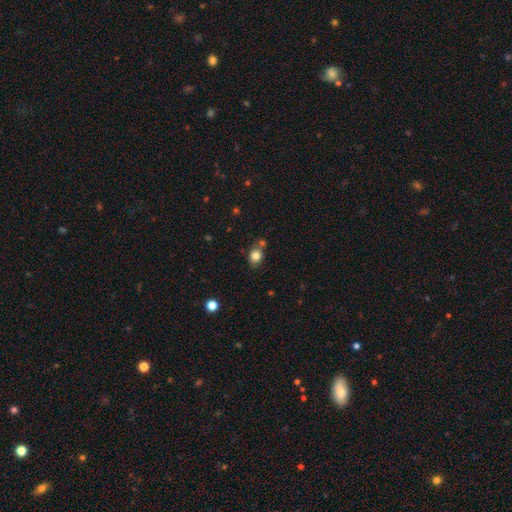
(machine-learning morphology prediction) Smooth or featured? smooth (81%)
How rounded? round (55%)
Merging? none (66%)